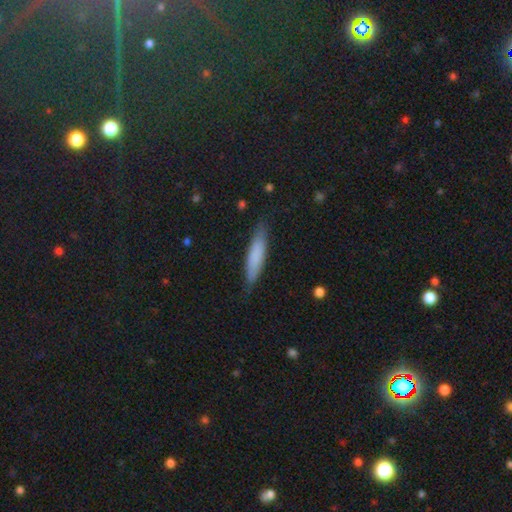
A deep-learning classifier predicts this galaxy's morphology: Smooth or featured?
  - smooth: 75% *
  - featured or disk: 18%
  - star or artifact: 6%
How rounded?
  - cigar-shaped: 81% *
  - in between: 18%
  - round: 1%
Merging?
  - none: 81% *
  - minor disturbance: 15%
  - major disturbance: 3%
  - merger: 1%